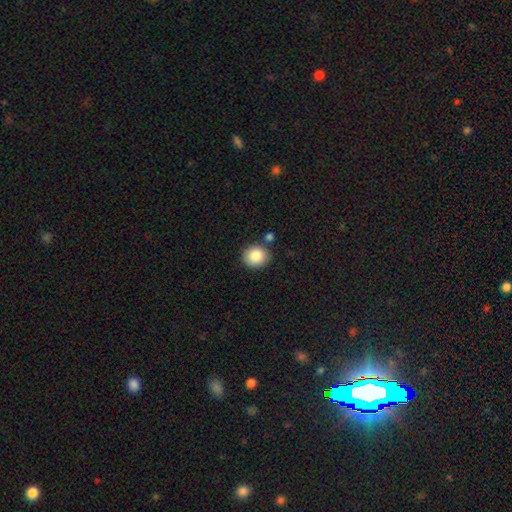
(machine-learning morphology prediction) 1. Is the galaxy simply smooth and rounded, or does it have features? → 86% smooth, 8% star or artifact, 6% featured or disk.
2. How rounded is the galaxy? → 77% round, 23% in between, 1% cigar-shaped.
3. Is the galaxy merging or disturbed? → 80% none, 10% minor disturbance, 8% merger, 2% major disturbance.